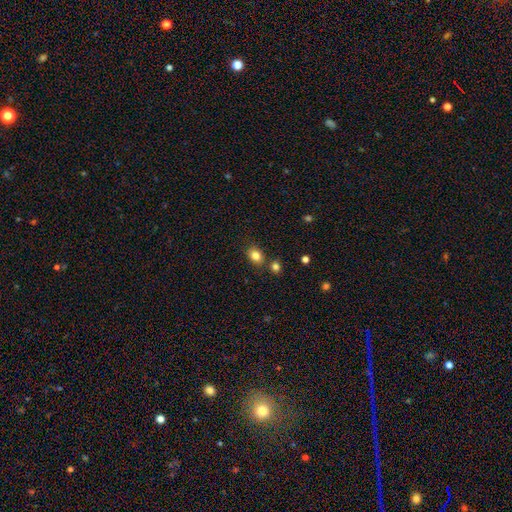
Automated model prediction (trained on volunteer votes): Smooth or featured? smooth (83%)
How rounded? in between (59%)
Merging? none (77%)